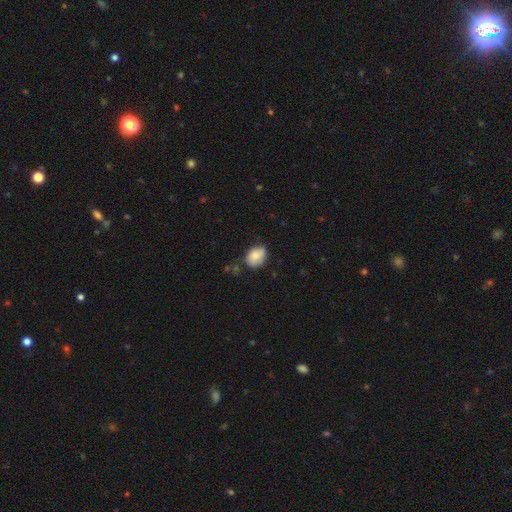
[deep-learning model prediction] smooth-or-featured: smooth: 79% | featured or disk: 13% | star or artifact: 8%
  how-rounded: in between: 64% | round: 35% | cigar-shaped: 1%
  merging: none: 56% | minor disturbance: 33% | major disturbance: 7% | merger: 4%